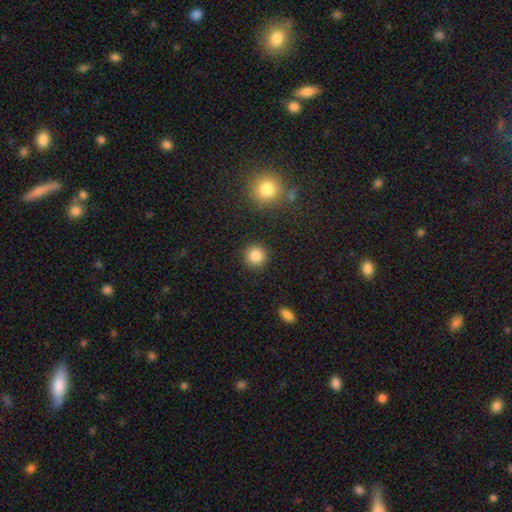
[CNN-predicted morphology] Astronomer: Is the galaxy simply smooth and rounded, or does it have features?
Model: smooth — 85%.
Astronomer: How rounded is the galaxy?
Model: round — 94%.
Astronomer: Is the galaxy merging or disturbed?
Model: none — 90%.